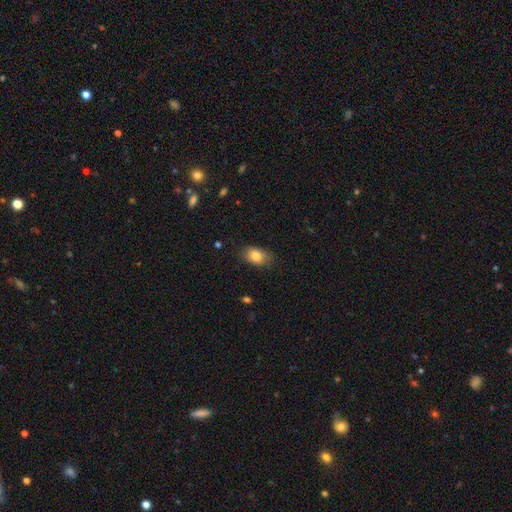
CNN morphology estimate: smooth_or_featured: smooth (p=0.83) [alt: featured or disk p=0.09]
how_rounded: in between (p=0.85) [alt: round p=0.13]
merging: none (p=0.79) [alt: minor disturbance p=0.16]